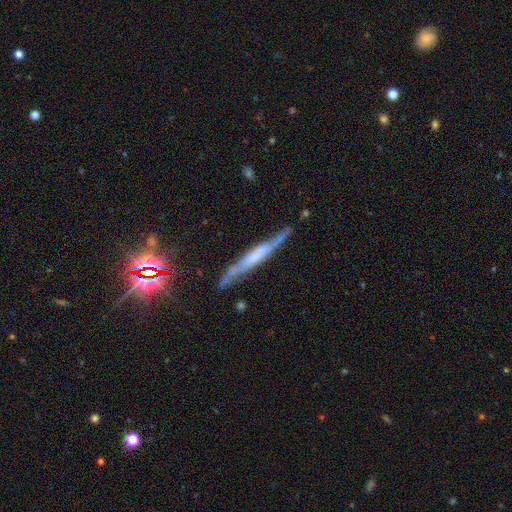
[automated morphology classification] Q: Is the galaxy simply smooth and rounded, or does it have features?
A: featured or disk — 67%.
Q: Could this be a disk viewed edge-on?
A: yes — 85%.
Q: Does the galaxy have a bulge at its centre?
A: none — 48%.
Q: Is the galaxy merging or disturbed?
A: none — 72%.